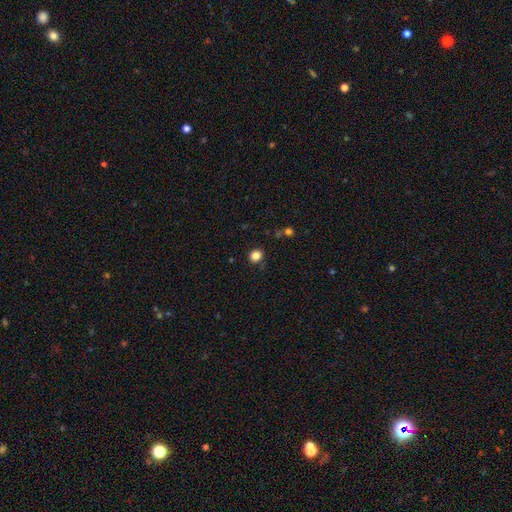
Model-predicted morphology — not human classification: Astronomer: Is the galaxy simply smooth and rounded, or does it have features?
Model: smooth — 84%.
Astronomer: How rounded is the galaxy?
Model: round — 77%.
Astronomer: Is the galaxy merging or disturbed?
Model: none — 86%.